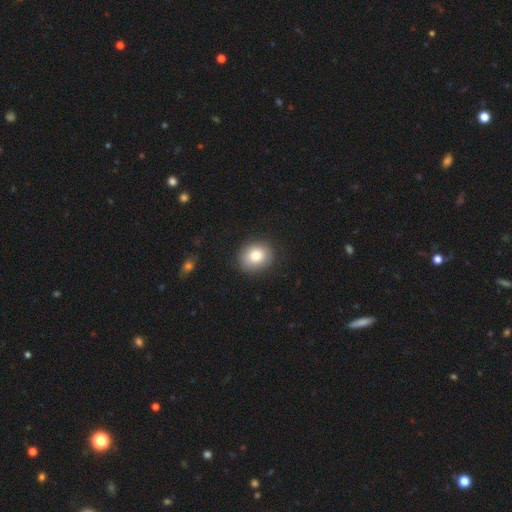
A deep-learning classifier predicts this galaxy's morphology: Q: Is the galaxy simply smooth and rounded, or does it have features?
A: smooth — 82%.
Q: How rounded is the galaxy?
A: round — 66%.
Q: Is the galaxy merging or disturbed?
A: none — 87%.